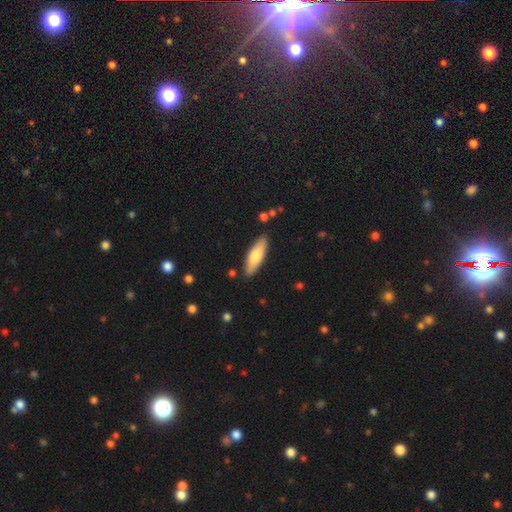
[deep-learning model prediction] Smooth or featured? Predicted: smooth (p=0.69). How rounded? Predicted: cigar-shaped (p=0.50). Merging? Predicted: none (p=0.87).